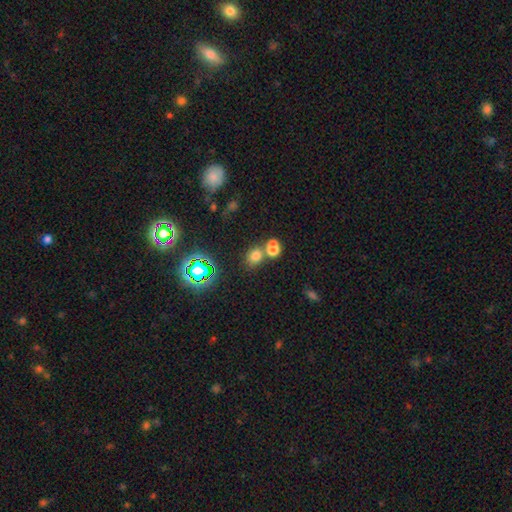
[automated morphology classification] A smooth galaxy with no disk features (69%) that is round (62%).

Vote fractions:
- Smooth or featured? smooth: 69% / star or artifact: 22% / featured or disk: 9%
- How rounded? round: 62% / in between: 37% / cigar-shaped: 1%
- Merging? none: 50% / merger: 38% / minor disturbance: 8% / major disturbance: 4%